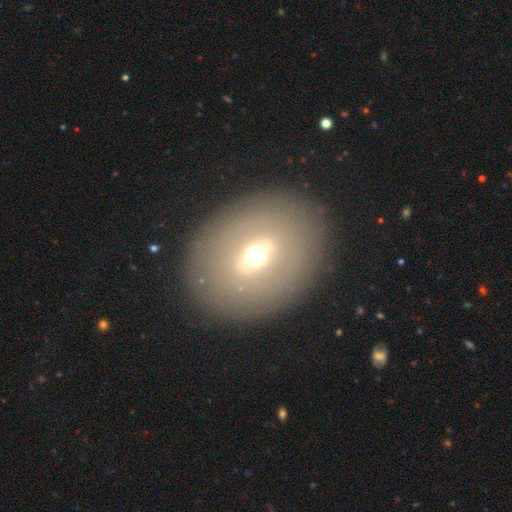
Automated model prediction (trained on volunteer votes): A smooth galaxy with no disk features (49%). Merging: none (85%).